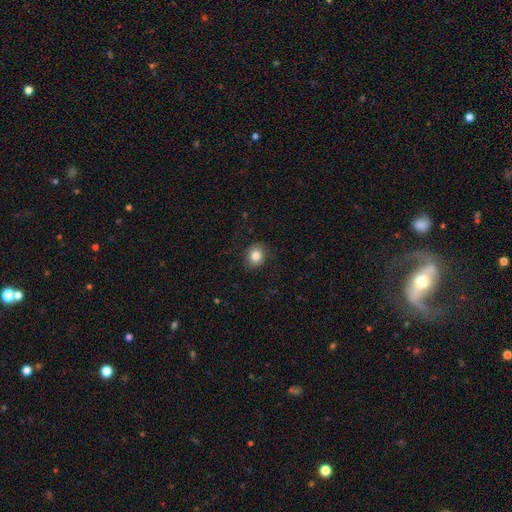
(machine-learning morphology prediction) Smooth or featured? smooth (84%)
How rounded? round (64%)
Merging? none (84%)